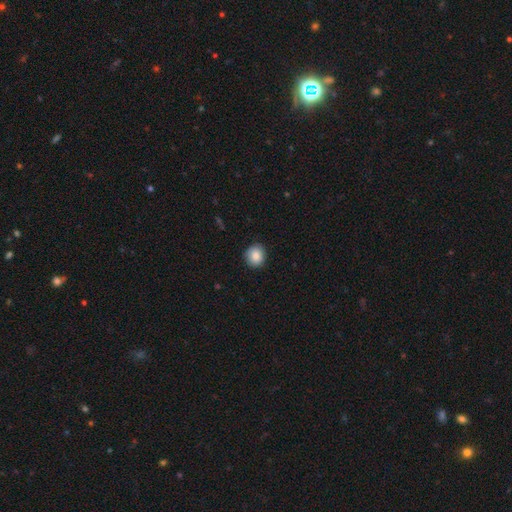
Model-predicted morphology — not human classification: A smooth galaxy with no disk features (86%) that is round (82%). Merging: none (88%).